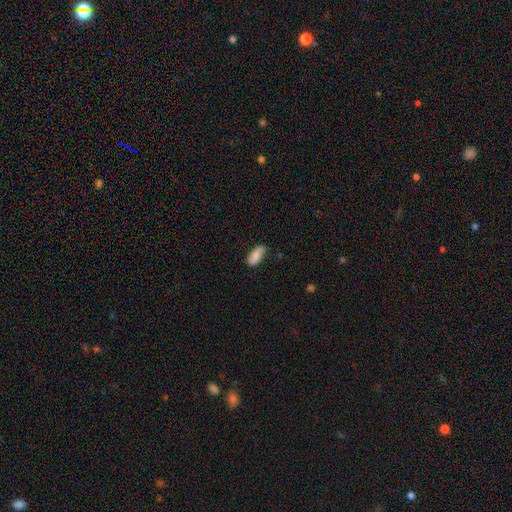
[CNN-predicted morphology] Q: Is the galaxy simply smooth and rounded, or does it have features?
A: smooth — 71%.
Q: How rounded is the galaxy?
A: in between — 84%.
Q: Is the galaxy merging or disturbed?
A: none — 72%.